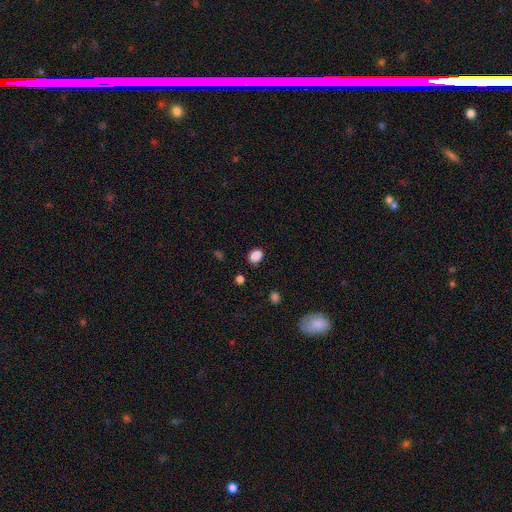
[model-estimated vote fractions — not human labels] Q: Smooth or featured?
A: smooth (87%); runner-up: star or artifact (10%)
Q: How rounded?
A: in between (67%); runner-up: round (32%)
Q: Merging?
A: none (83%); runner-up: minor disturbance (12%)